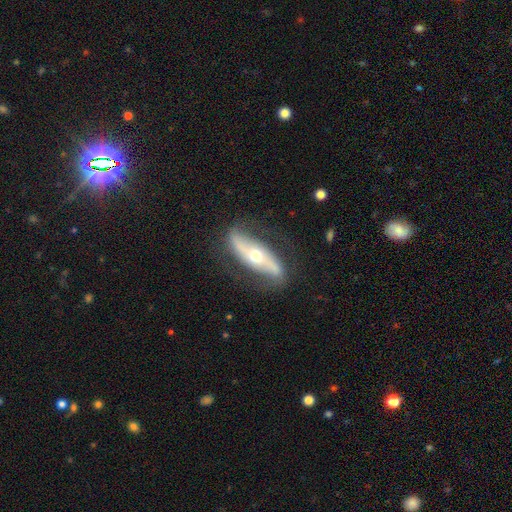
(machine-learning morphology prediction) featured or disk 78%, smooth 17%, star or artifact 5%. Down the decision tree: edge-on disk — no (74%); bar — strong (42%); spiral arms — yes (82%); bulge size — moderate (63%); merging — none (76%).